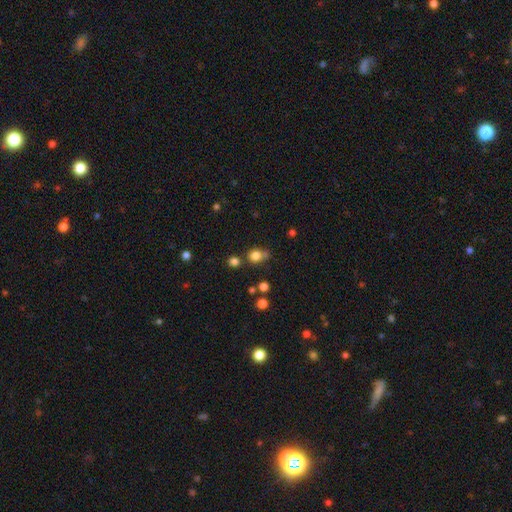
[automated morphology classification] Q: Smooth or featured?
A: smooth (80%); runner-up: star or artifact (13%)
Q: How rounded?
A: round (71%); runner-up: in between (27%)
Q: Merging?
A: none (58%); runner-up: minor disturbance (20%)